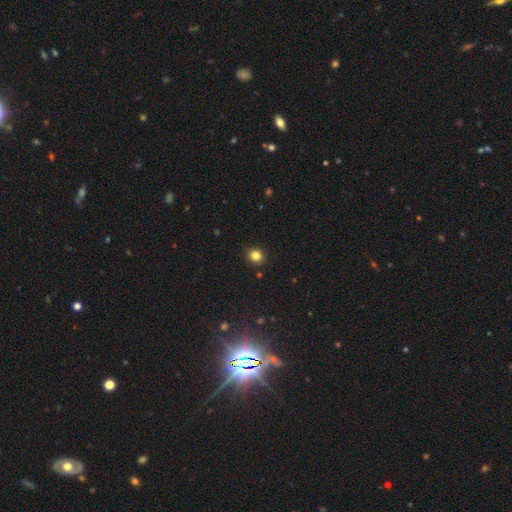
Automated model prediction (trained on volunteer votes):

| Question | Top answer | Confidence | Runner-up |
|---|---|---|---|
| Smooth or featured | smooth | 82% | star or artifact (13%) |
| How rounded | round | 85% | in between (14%) |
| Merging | none | 92% | minor disturbance (6%) |